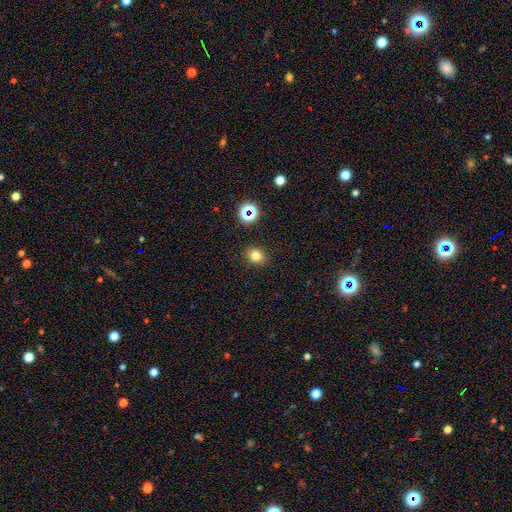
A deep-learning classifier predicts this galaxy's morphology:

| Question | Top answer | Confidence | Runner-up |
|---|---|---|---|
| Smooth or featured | smooth | 78% | star or artifact (16%) |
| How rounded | round | 73% | in between (26%) |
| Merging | none | 89% | minor disturbance (7%) |